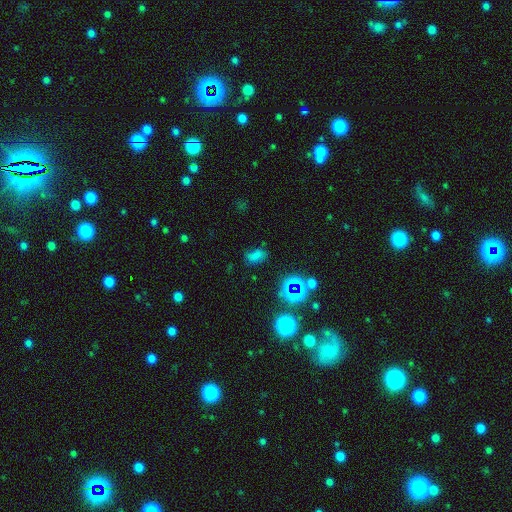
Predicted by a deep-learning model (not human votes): smooth 57%, star or artifact 31%, featured or disk 12%. Down the decision tree: how rounded — in between (82%); merging — none (61%).